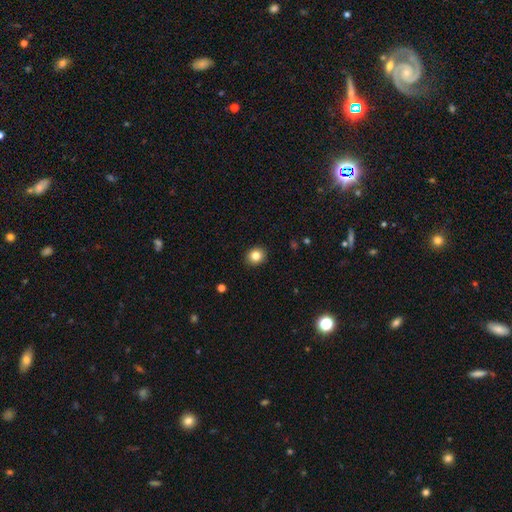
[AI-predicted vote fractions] A smooth galaxy with no disk features (83%) that is round (71%). Merging: none (91%).